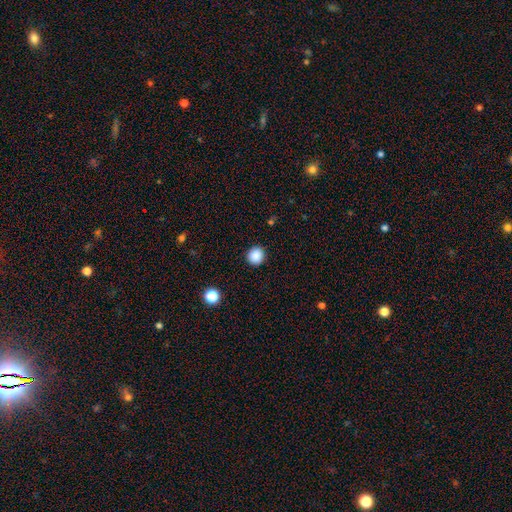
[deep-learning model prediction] smooth_or_featured: smooth (p=0.87) [alt: star or artifact p=0.10]
how_rounded: round (p=0.91) [alt: in between p=0.08]
merging: none (p=0.91) [alt: minor disturbance p=0.06]